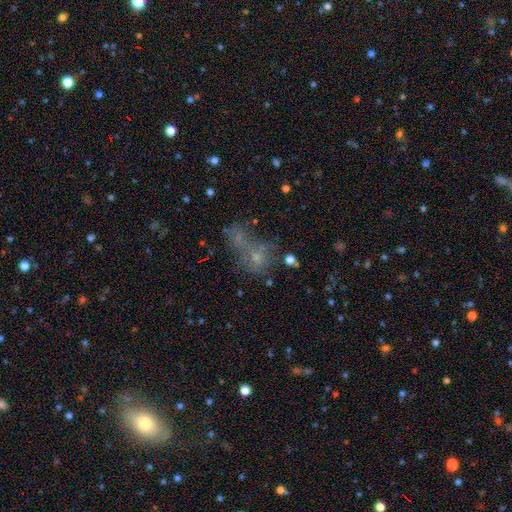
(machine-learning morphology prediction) Smooth or featured? Predicted: smooth (p=0.47). Merging? Predicted: merger (p=0.47).